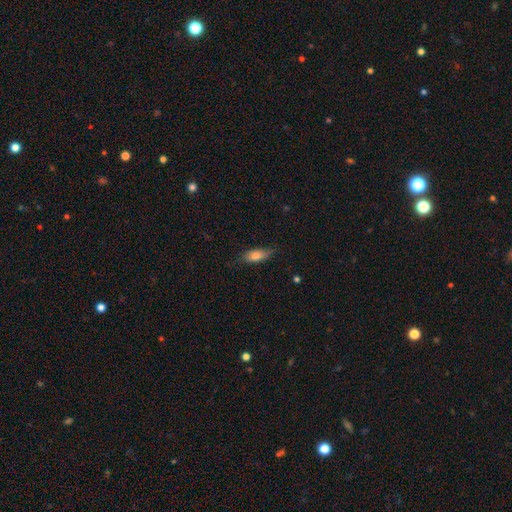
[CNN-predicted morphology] Smooth or featured? smooth (77%)
How rounded? in between (75%)
Merging? none (71%)